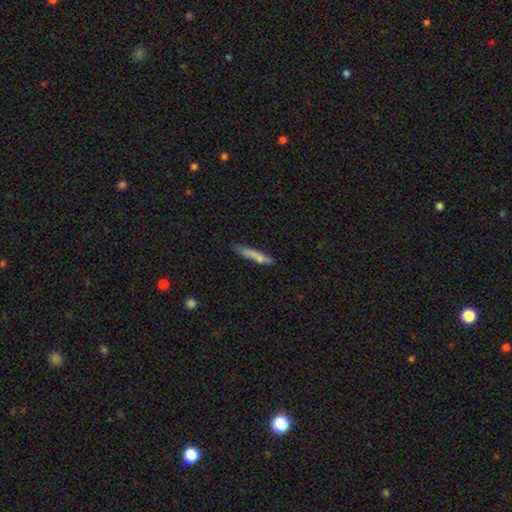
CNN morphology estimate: Smooth or featured? Predicted: smooth (p=0.76). How rounded? Predicted: cigar-shaped (p=0.89). Merging? Predicted: none (p=0.71).